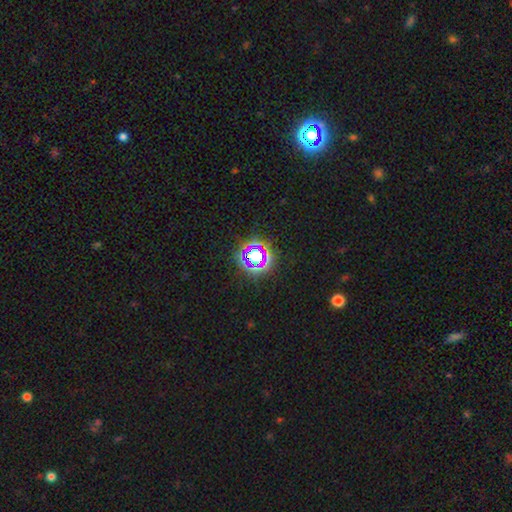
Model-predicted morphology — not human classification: smooth_or_featured: star or artifact (p=0.65) [alt: smooth p=0.23]